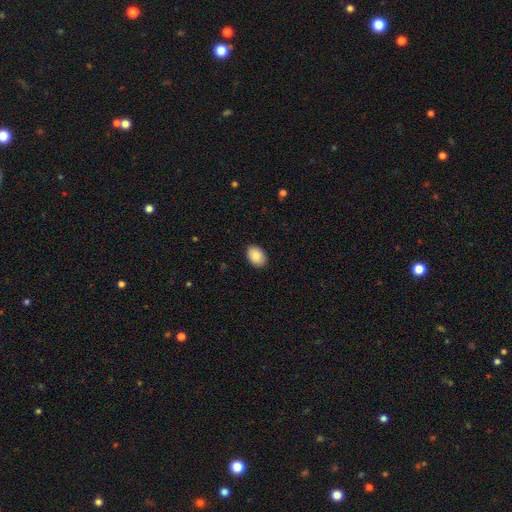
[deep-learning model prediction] A smooth galaxy with no disk features (88%) that is in between round and cigar-shaped (85%). Merging: none (89%).